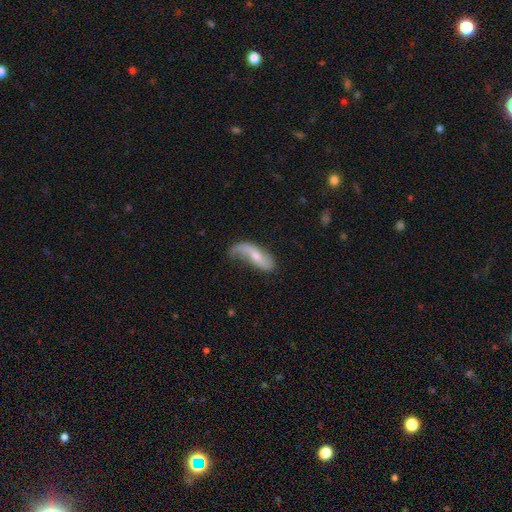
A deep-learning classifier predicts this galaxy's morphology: Smooth or featured? Predicted: featured or disk (p=0.56). Edge-on disk? Predicted: no (p=0.87). Merging? Predicted: none (p=0.36).